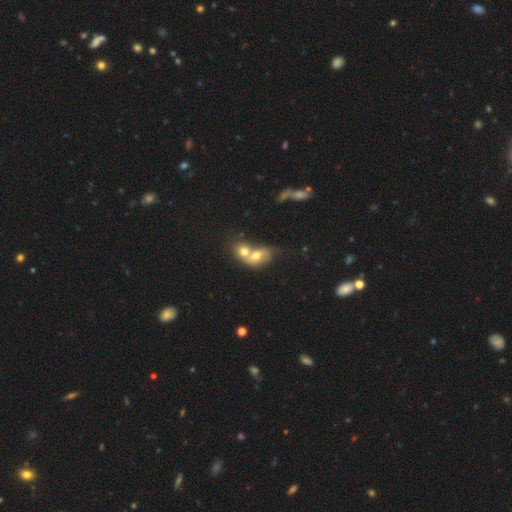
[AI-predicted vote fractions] Smooth or featured?
  - smooth: 61% *
  - featured or disk: 28%
  - star or artifact: 12%
How rounded?
  - in between: 54% *
  - round: 44%
  - cigar-shaped: 2%
Merging?
  - merger: 76% *
  - none: 14%
  - minor disturbance: 5%
  - major disturbance: 4%